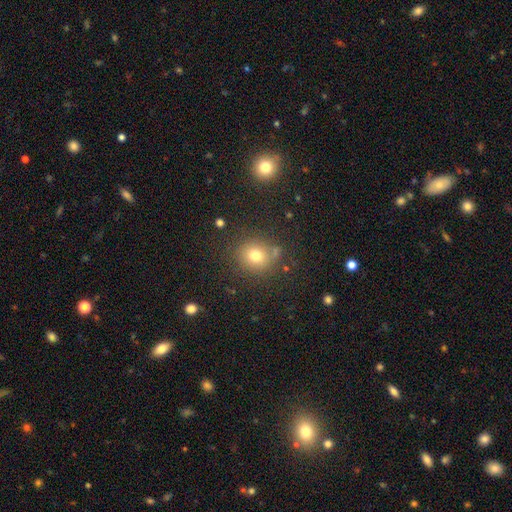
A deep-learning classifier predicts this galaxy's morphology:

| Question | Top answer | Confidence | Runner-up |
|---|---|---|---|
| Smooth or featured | smooth | 74% | star or artifact (16%) |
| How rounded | round | 82% | in between (17%) |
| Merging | none | 79% | minor disturbance (11%) |